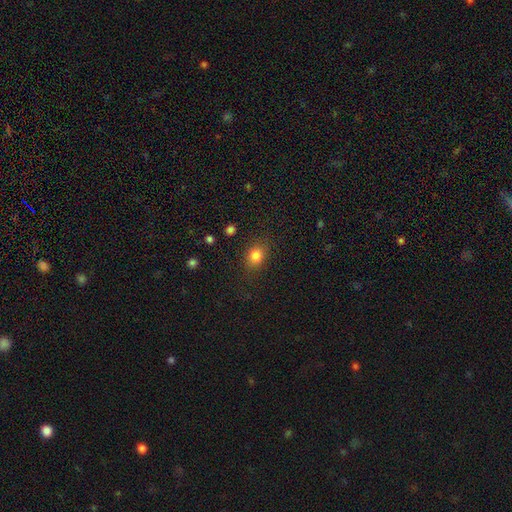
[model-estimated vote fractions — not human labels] A smooth galaxy with no disk features (83%) that is round (55%).

Vote fractions:
- Smooth or featured? smooth: 83% / star or artifact: 11% / featured or disk: 6%
- How rounded? round: 55% / in between: 43% / cigar-shaped: 1%
- Merging? none: 83% / minor disturbance: 12% / major disturbance: 4% / merger: 1%